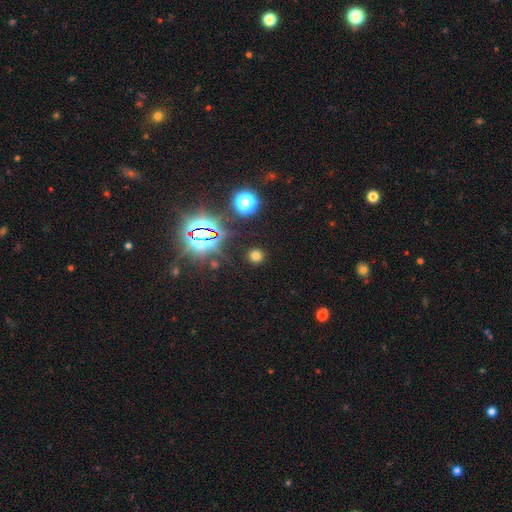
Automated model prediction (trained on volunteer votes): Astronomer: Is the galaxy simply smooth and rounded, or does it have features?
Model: smooth — 65%.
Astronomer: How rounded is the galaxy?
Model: round — 89%.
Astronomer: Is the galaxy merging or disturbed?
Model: none — 88%.